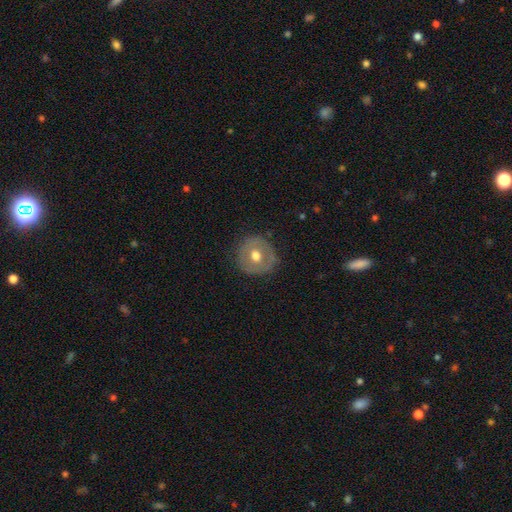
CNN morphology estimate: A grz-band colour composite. It shows a smooth galaxy with no disk features (49%). Merging: none (83%).